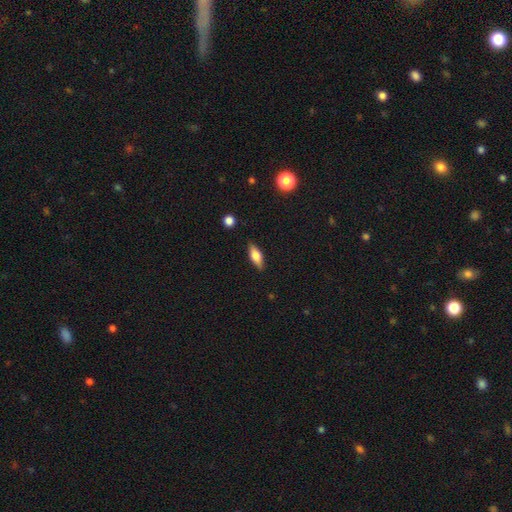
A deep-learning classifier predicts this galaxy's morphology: A smooth galaxy with no disk features (62%) that is in between round and cigar-shaped (66%).

Vote fractions:
- Smooth or featured? smooth: 62% / featured or disk: 31% / star or artifact: 7%
- How rounded? in between: 66% / cigar-shaped: 30% / round: 3%
- Merging? none: 85% / minor disturbance: 11% / major disturbance: 2% / merger: 1%